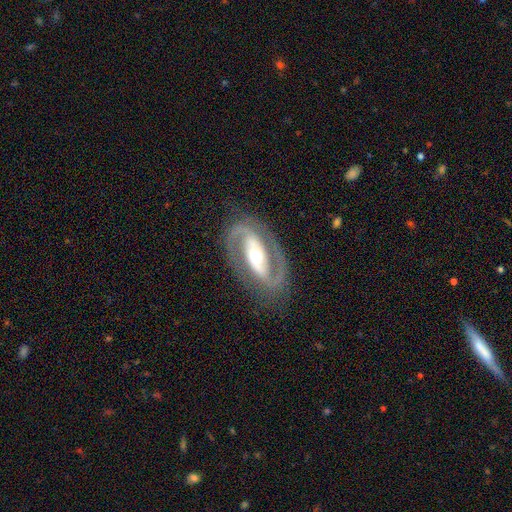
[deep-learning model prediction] A featured or disk galaxy (91%) with a strong bar (53%), 2 (92%) medium (53%) spiral arms (95%) and a moderate central bulge (68%). Merging: none (83%).